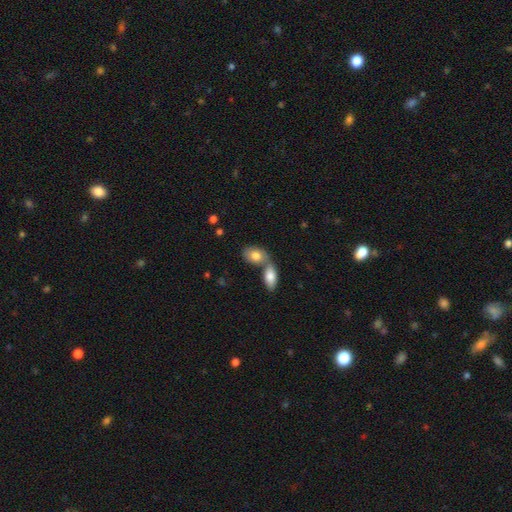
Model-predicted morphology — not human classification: Smooth or featured: smooth — 79% (featured or disk — 15%)
How rounded: in between — 85% (round — 12%)
Merging: merger — 57% (none — 31%)